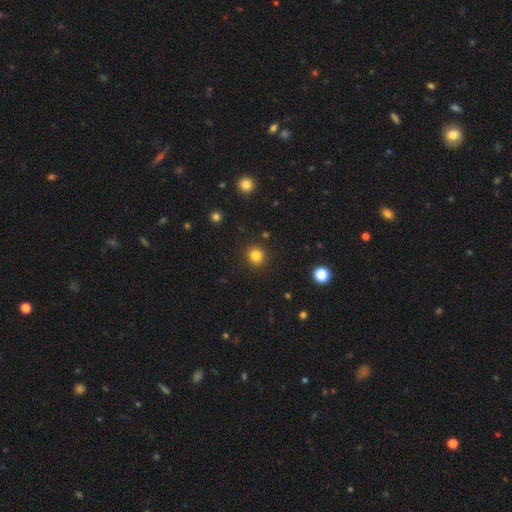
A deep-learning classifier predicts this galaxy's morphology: This is clearly a smooth galaxy (83%). How rounded: clearly round (94%). Merging: clearly none (91%).